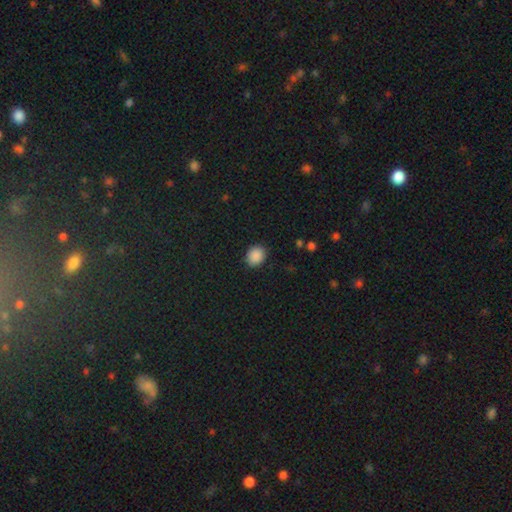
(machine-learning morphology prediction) The model was most divided on "how rounded": round: 64%, in between: 35%, cigar-shaped: 1%. More confident: smooth or featured — smooth (88%); merging — none (87%).